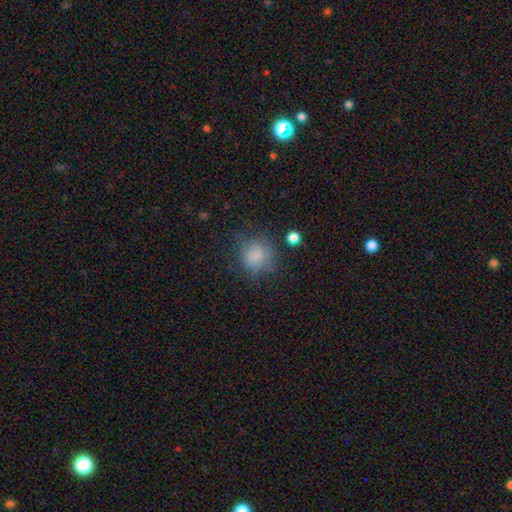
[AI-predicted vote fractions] A smooth galaxy with no disk features (76%) that is round (81%).

Vote fractions:
- Smooth or featured? smooth: 76% / star or artifact: 12% / featured or disk: 12%
- How rounded? round: 81% / in between: 18% / cigar-shaped: 1%
- Merging? none: 63% / minor disturbance: 22% / major disturbance: 12% / merger: 3%